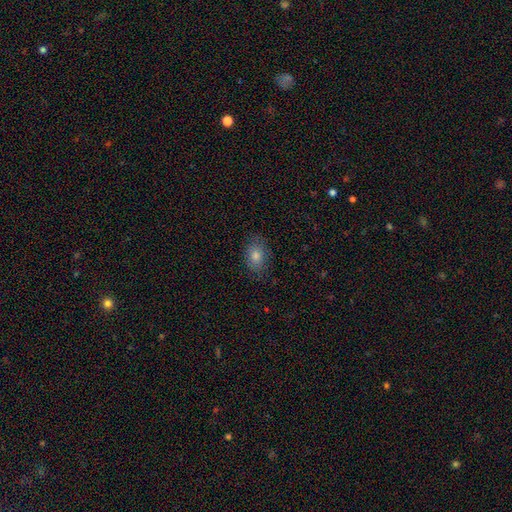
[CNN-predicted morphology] Smooth or featured? smooth (75%)
How rounded? in between (75%)
Merging? none (82%)